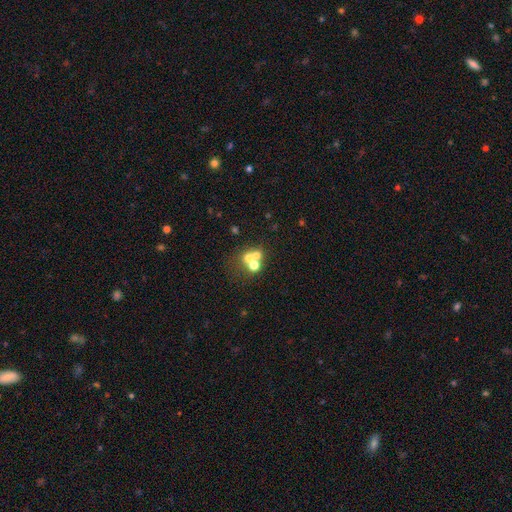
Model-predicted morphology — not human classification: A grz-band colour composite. It shows a smooth galaxy with no disk features (54%) that is round (81%). Merging: merger (53%).